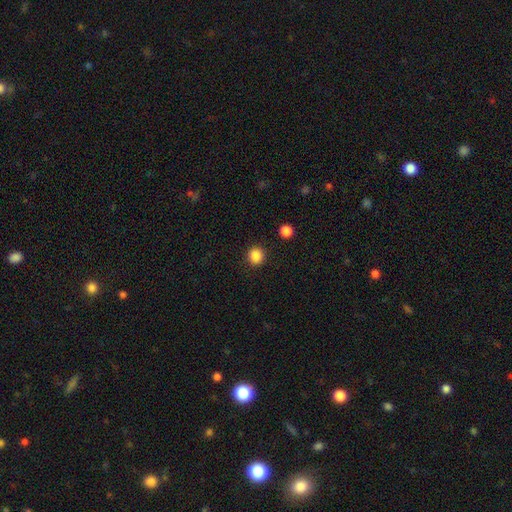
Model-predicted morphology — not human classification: Smooth or featured? smooth (87%)
How rounded? round (91%)
Merging? none (90%)